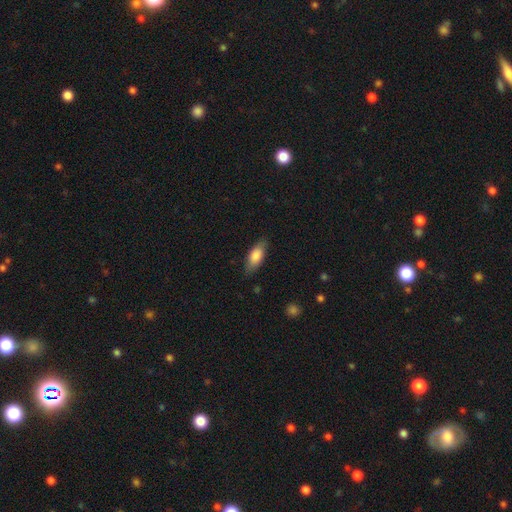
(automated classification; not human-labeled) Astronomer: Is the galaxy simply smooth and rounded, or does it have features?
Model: smooth — 80%.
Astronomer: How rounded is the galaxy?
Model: in between — 78%.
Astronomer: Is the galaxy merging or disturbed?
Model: none — 79%.